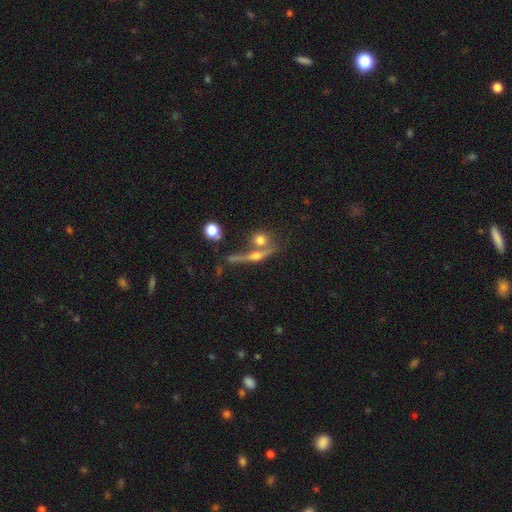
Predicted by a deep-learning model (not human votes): Smooth or featured? featured or disk (57%)
Edge-on disk? yes (86%)
Merging? none (56%)